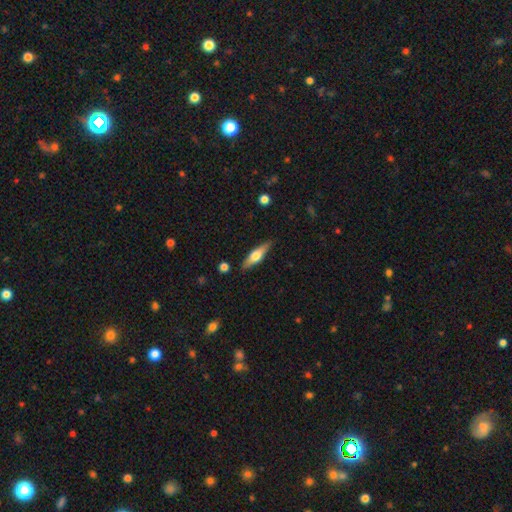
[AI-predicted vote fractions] Smooth or featured? featured or disk (52%)
Edge-on disk? yes (93%)
Merging? none (87%)